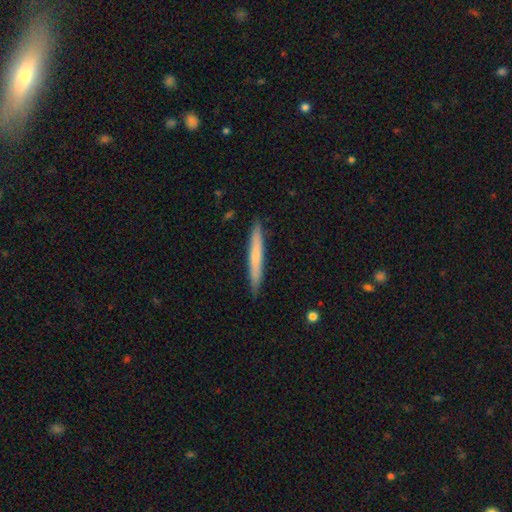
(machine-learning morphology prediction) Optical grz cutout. It shows a smooth galaxy with no disk features (61%) that is cigar-shaped (96%). Merging: none (90%).